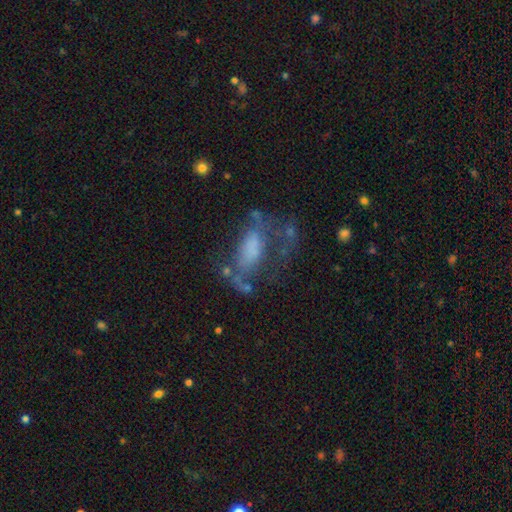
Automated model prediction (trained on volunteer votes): A featured or disk galaxy (54%). Merging: none (40%).